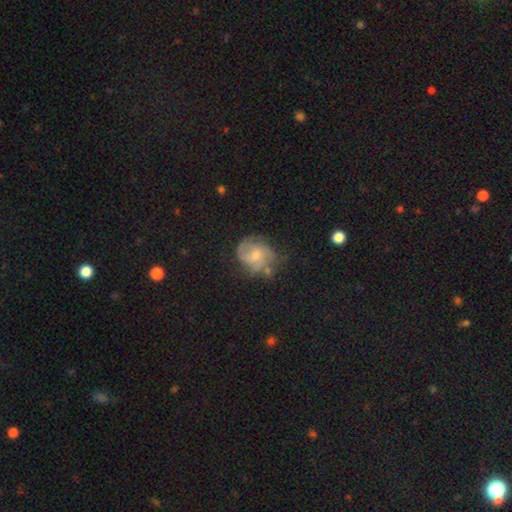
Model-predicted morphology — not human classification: type=featured or disk (66%); edge-on=no (97%); bar=no (67%); spiral arms=yes (85%); winding=tight (42%); arm count=2 (45%); bulge=moderate (49%); merging=none (58%).